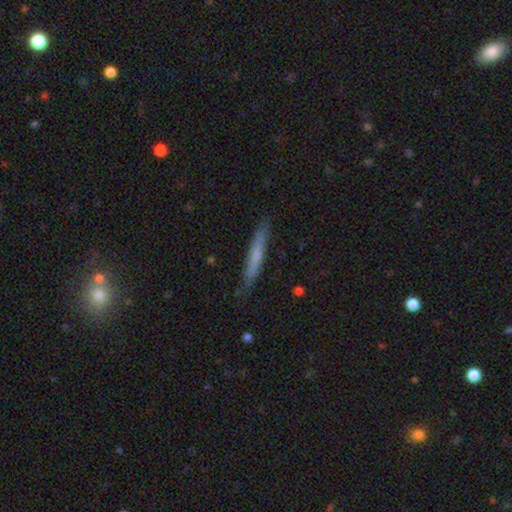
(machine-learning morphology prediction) Overall: smooth (61%; featured or disk 33%). How rounded: cigar-shaped (95%). Merging: none (85%).